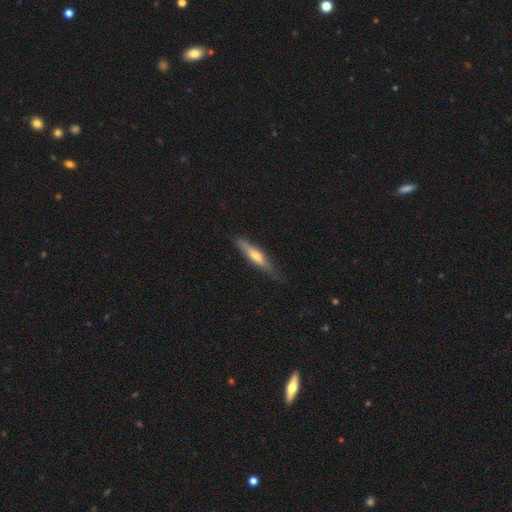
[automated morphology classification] Q: Smooth or featured?
A: featured or disk (48%); runner-up: smooth (47%)
Q: Merging?
A: none (77%); runner-up: minor disturbance (18%)